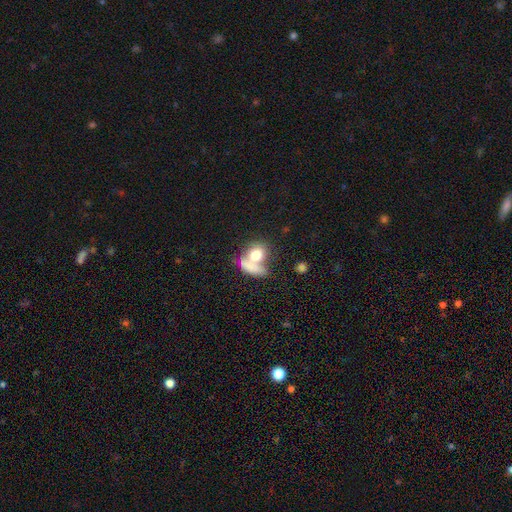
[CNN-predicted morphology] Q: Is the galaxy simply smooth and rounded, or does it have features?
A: smooth — 73%.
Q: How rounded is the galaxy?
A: in between — 50%.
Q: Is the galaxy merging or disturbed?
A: merger — 54%.